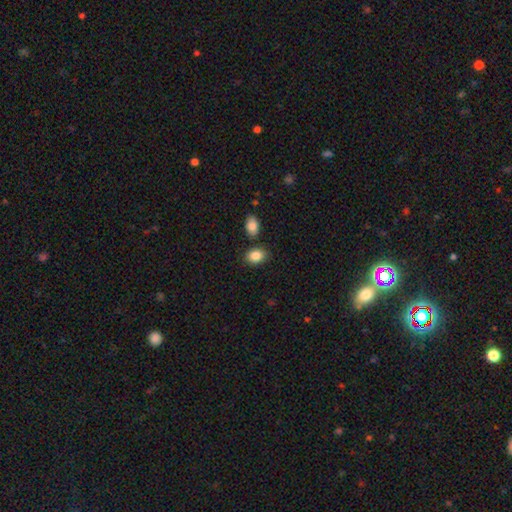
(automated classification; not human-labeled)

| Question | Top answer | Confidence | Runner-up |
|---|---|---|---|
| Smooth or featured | smooth | 86% | star or artifact (8%) |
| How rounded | in between | 72% | round (26%) |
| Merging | none | 78% | minor disturbance (11%) |